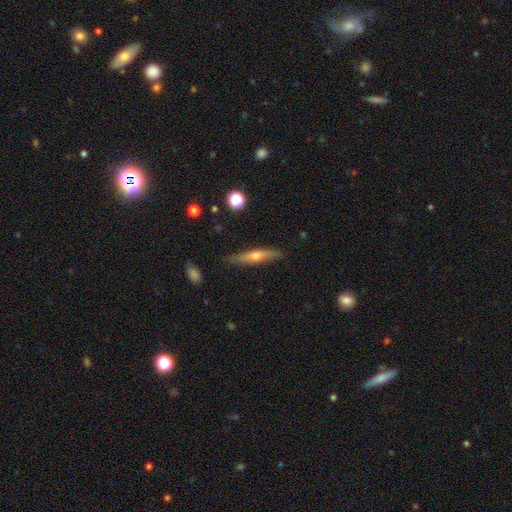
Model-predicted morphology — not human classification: Q: Smooth or featured?
A: featured or disk (58%); runner-up: smooth (35%)
Q: Edge-on disk?
A: yes (94%); runner-up: no (6%)
Q: Edge-on bulge?
A: rounded (88%); runner-up: none (9%)
Q: Merging?
A: none (87%); runner-up: minor disturbance (10%)